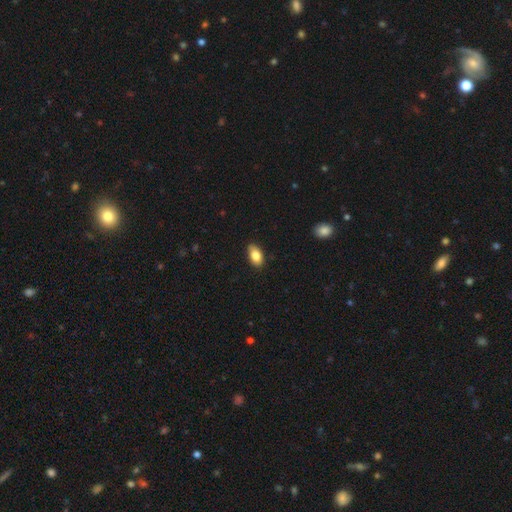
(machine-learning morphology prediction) The model was most divided on "merging": none: 84%, minor disturbance: 13%, major disturbance: 2%, merger: 1%. More confident: how rounded — in between (91%); smooth or featured — smooth (83%).